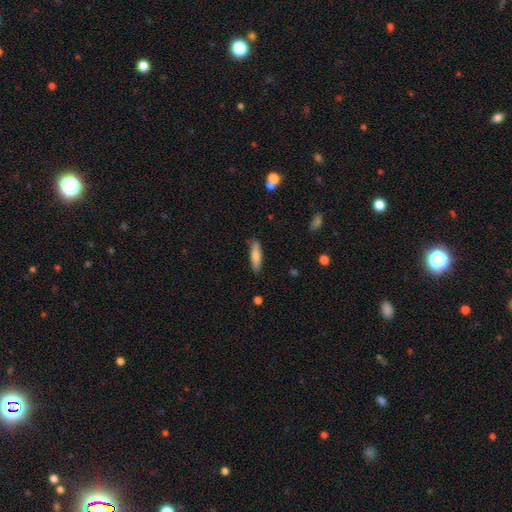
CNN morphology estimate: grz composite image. It shows a smooth galaxy with no disk features (79%) that is cigar-shaped (74%). Merging: none (84%).